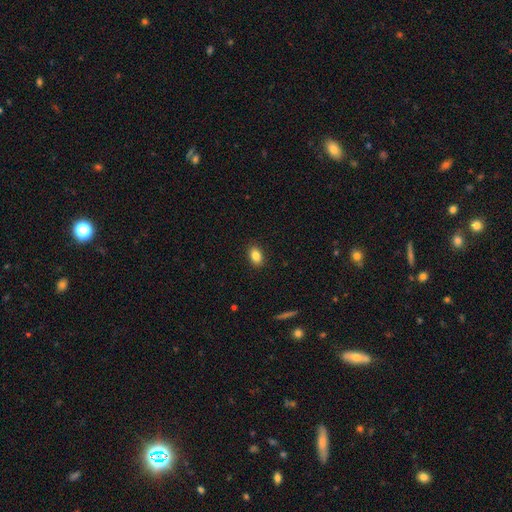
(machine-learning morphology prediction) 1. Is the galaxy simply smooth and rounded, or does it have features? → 84% smooth, 9% star or artifact, 7% featured or disk.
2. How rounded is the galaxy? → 84% in between, 13% round, 2% cigar-shaped.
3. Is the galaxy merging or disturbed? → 89% none, 8% minor disturbance, 2% major disturbance, 1% merger.